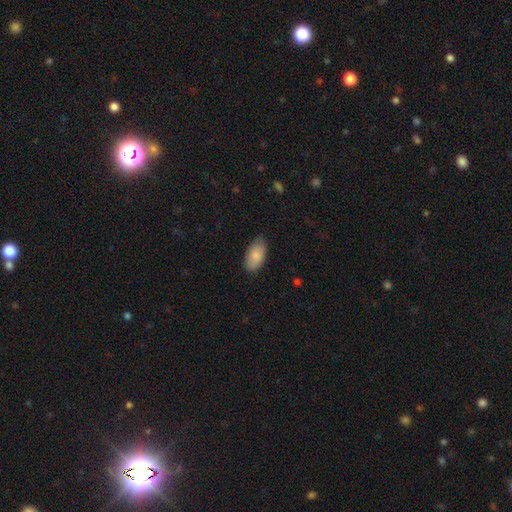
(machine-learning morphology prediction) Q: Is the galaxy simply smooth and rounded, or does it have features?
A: smooth — 86%.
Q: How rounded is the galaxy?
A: in between — 94%.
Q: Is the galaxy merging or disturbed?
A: none — 79%.